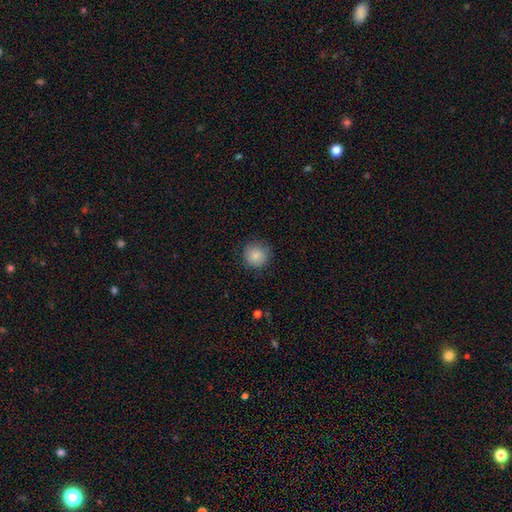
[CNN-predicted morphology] smooth-or-featured: smooth: 87% | star or artifact: 8% | featured or disk: 5%
  how-rounded: round: 92% | in between: 7% | cigar-shaped: 1%
  merging: none: 84% | minor disturbance: 12% | major disturbance: 3% | merger: 1%